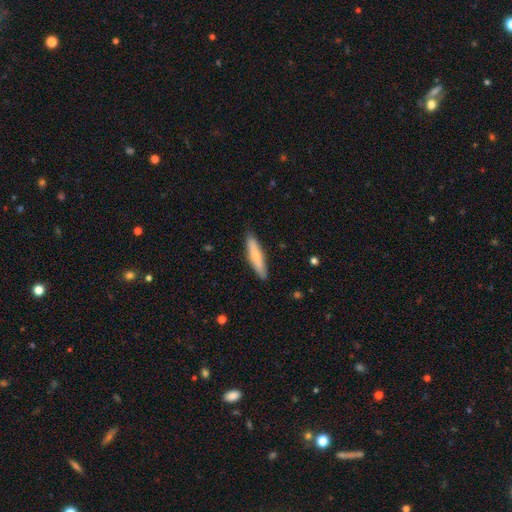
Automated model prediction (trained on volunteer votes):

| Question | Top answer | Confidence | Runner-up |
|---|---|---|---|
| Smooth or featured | smooth | 64% | featured or disk (30%) |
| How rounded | cigar-shaped | 86% | in between (13%) |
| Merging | none | 89% | minor disturbance (8%) |